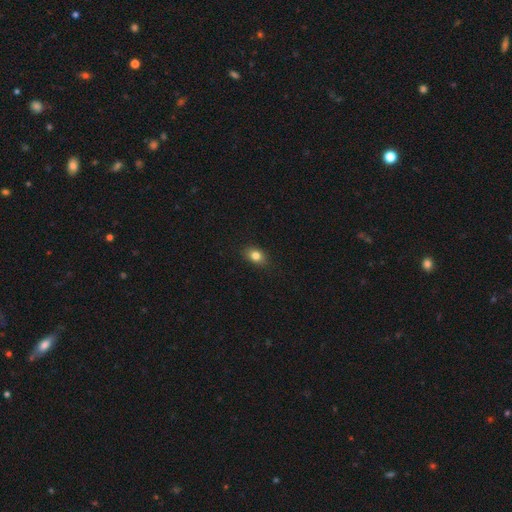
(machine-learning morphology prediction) Smooth or featured: smooth — 81% (star or artifact — 10%)
How rounded: in between — 71% (round — 27%)
Merging: none — 86% (minor disturbance — 11%)